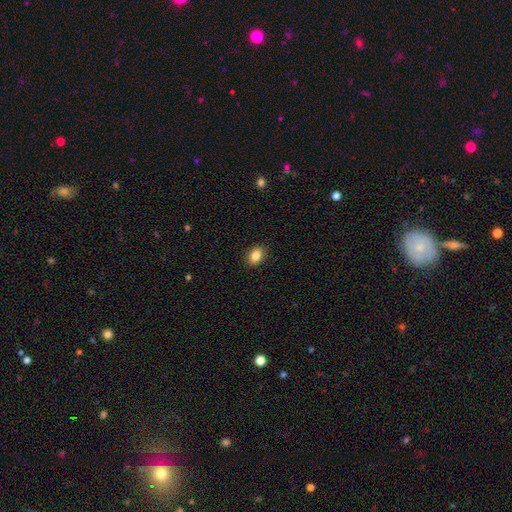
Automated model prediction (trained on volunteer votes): Smooth or featured? Predicted: smooth (p=0.86). How rounded? Predicted: in between (p=0.75). Merging? Predicted: none (p=0.89).